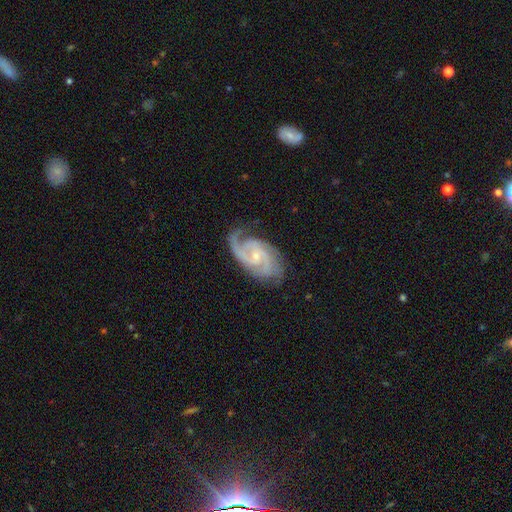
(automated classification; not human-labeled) smooth_or_featured: featured or disk (p=0.92) [alt: star or artifact p=0.04]
disk_edge_on: no (p=0.97) [alt: yes p=0.03]
bar: no (p=0.51) [alt: weak p=0.40]
has_spiral_arms: yes (p=0.98) [alt: no p=0.02]
spiral_winding: tight (p=0.46) [tied with: medium p=0.46]
spiral_arm_count: 2 (p=0.41) [alt: 3 p=0.35]
bulge_size: small (p=0.73) [alt: moderate p=0.22]
merging: none (p=0.73) [alt: minor disturbance p=0.19]